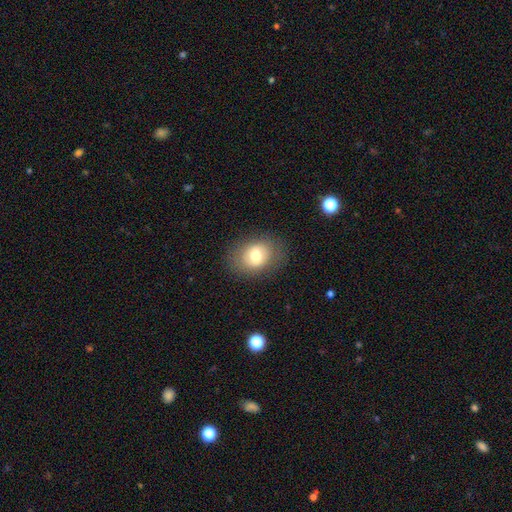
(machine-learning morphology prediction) A smooth galaxy with no disk features (69%) that is in between round and cigar-shaped (61%).

Vote fractions:
- Smooth or featured? smooth: 69% / featured or disk: 22% / star or artifact: 9%
- How rounded? in between: 61% / round: 38% / cigar-shaped: 1%
- Merging? none: 81% / minor disturbance: 12% / major disturbance: 5% / merger: 1%